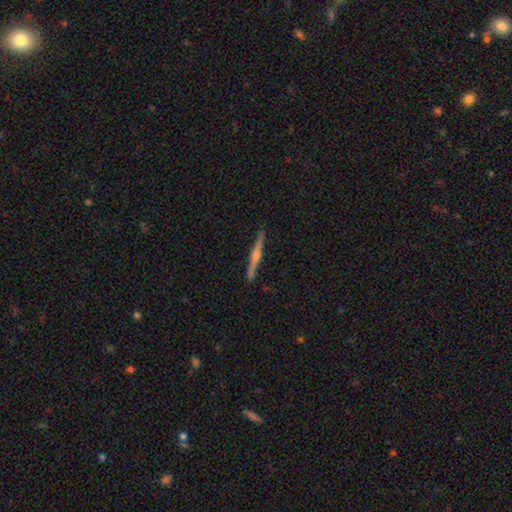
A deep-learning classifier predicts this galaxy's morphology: Overall: featured or disk (78%). Edge-on disk: yes (98%). Edge-on bulge: rounded (88%). Merging: none (92%).